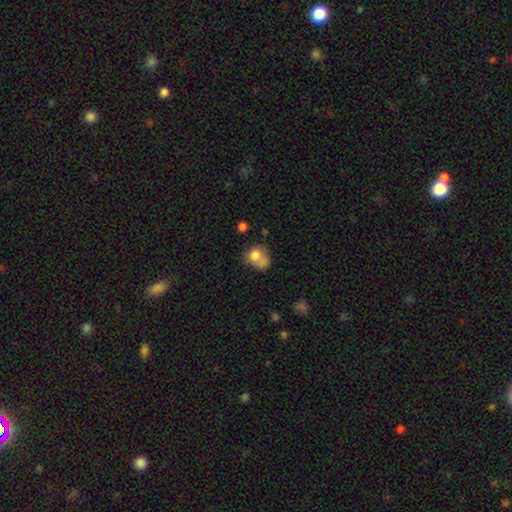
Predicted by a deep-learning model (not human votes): smooth-or-featured: smooth: 74% | featured or disk: 16% | star or artifact: 10%
  how-rounded: round: 62% | in between: 37% | cigar-shaped: 1%
  merging: merger: 35% | none: 31% | minor disturbance: 19% | major disturbance: 15%